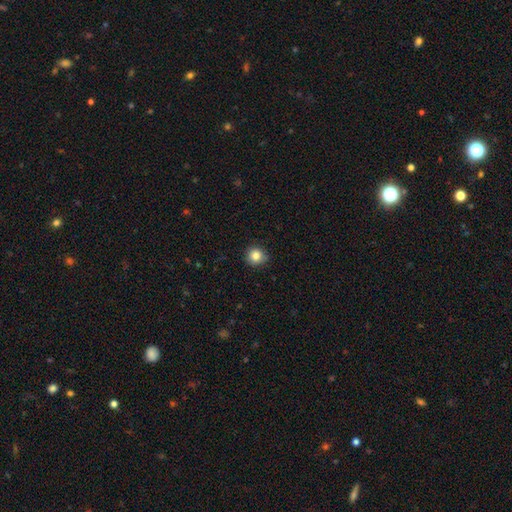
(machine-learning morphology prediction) Smooth or featured? Predicted: smooth (p=0.83). How rounded? Predicted: round (p=0.91). Merging? Predicted: none (p=0.88).